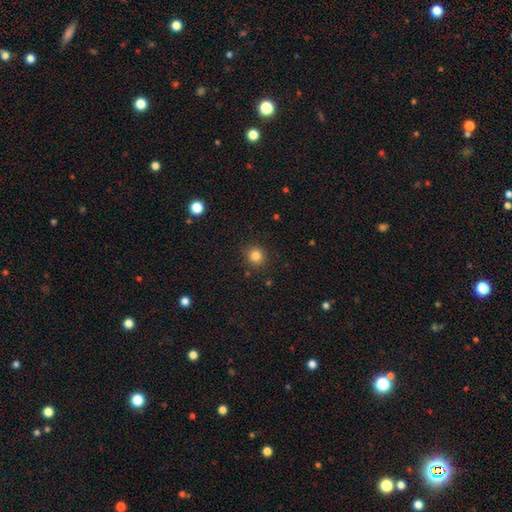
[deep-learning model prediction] The model was most divided on "smooth or featured": smooth: 83%, star or artifact: 12%, featured or disk: 5%. More confident: how rounded — round (91%); merging — none (89%).